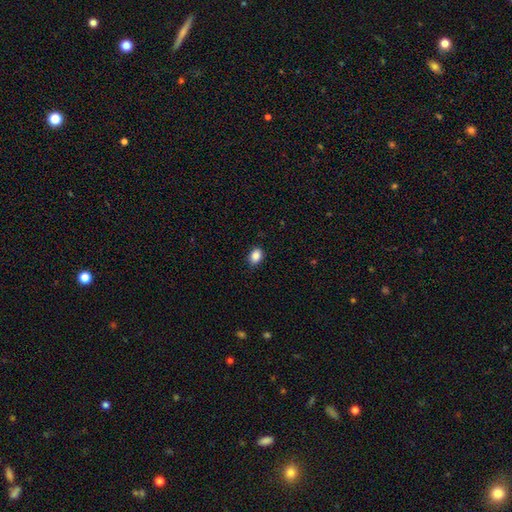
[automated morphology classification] smooth_or_featured: smooth (p=0.87) [alt: star or artifact p=0.09]
how_rounded: in between (p=0.71) [alt: round p=0.28]
merging: none (p=0.85) [alt: minor disturbance p=0.12]